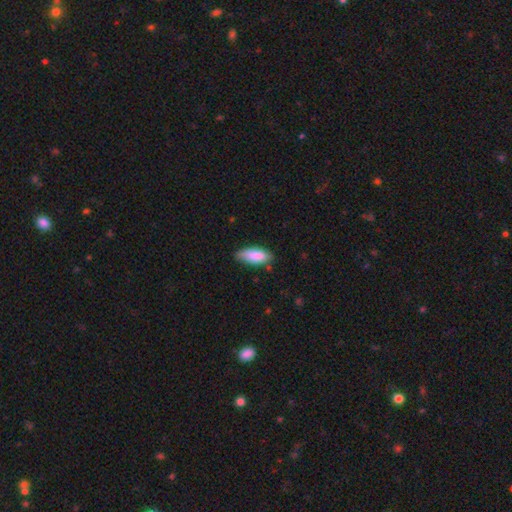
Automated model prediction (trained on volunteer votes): Smooth or featured?
  - smooth: 86% *
  - featured or disk: 8%
  - star or artifact: 6%
How rounded?
  - in between: 80% *
  - cigar-shaped: 19%
  - round: 2%
Merging?
  - none: 67% *
  - minor disturbance: 27%
  - major disturbance: 4%
  - merger: 2%